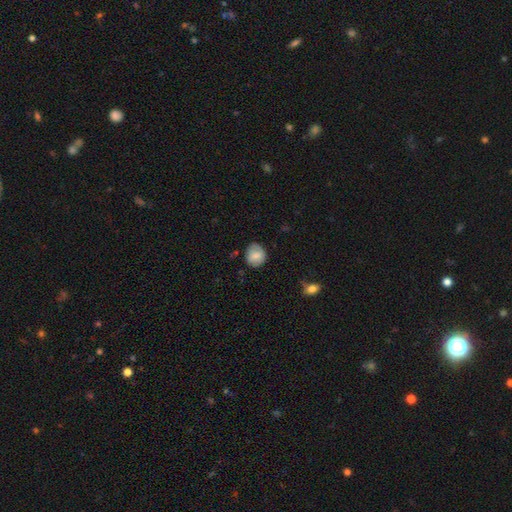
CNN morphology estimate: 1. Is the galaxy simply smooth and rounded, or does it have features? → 74% smooth, 18% featured or disk, 8% star or artifact.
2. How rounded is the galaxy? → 72% round, 27% in between, 1% cigar-shaped.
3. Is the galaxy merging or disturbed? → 72% none, 21% minor disturbance, 5% major disturbance, 2% merger.